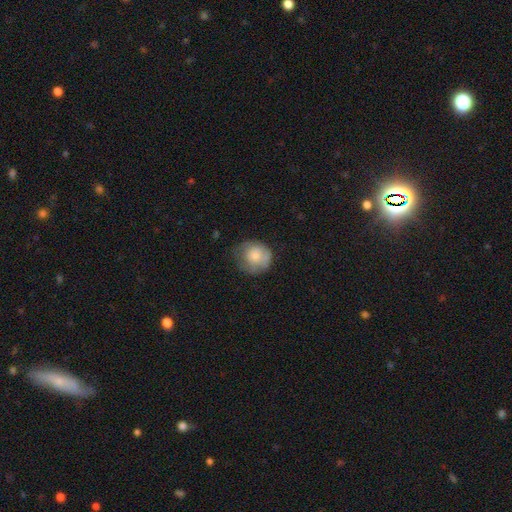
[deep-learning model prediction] The model was most divided on "merging": none: 52%, minor disturbance: 31%, major disturbance: 14%, merger: 2%. More confident: how rounded — round (84%); smooth or featured — smooth (73%).